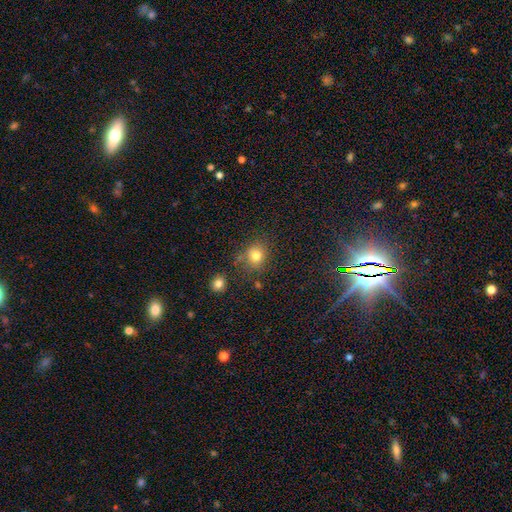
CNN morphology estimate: Smooth or featured: smooth — 80% (star or artifact — 13%)
How rounded: round — 78% (in between — 21%)
Merging: none — 72% (minor disturbance — 15%)